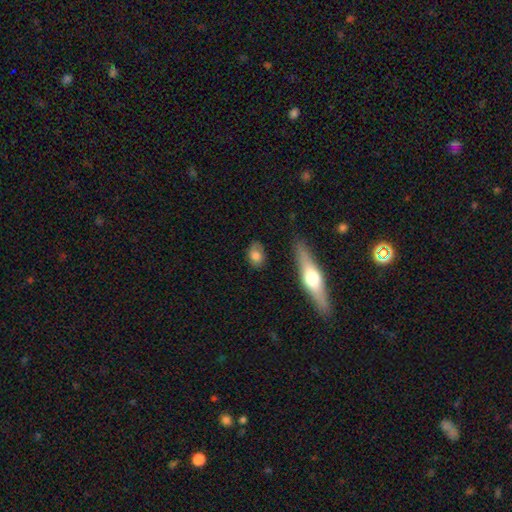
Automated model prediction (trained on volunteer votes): smooth 78%, featured or disk 14%, star or artifact 8%. Down the decision tree: how rounded — in between (67%); merging — none (74%).